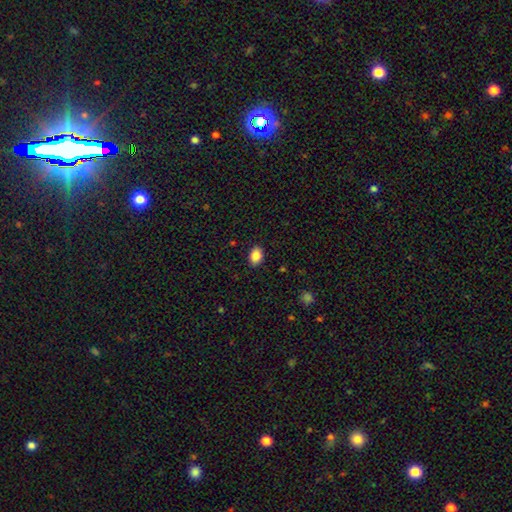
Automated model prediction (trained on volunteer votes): Smooth or featured? smooth (87%)
How rounded? in between (79%)
Merging? none (88%)